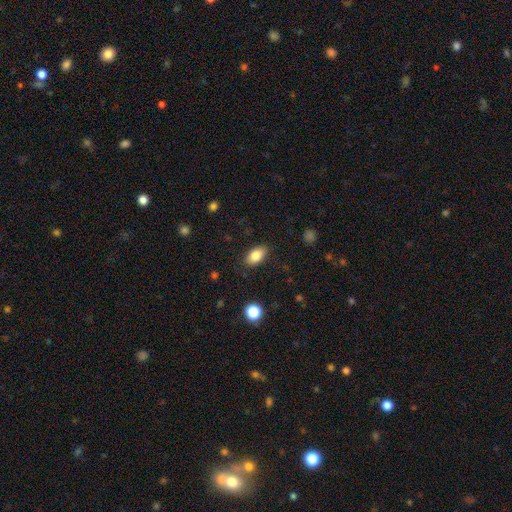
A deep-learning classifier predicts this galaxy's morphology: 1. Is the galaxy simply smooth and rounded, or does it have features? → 84% smooth, 9% featured or disk, 8% star or artifact.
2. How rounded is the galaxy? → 91% in between, 7% round, 2% cigar-shaped.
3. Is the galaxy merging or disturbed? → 85% none, 11% minor disturbance, 3% major disturbance, 1% merger.